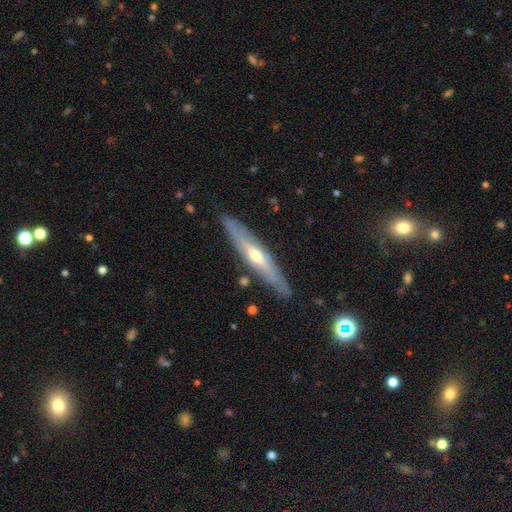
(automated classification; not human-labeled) A featured or disk galaxy (68%) viewed edge-on (77%) with a rounded central bulge (80%). Merging: none (84%).